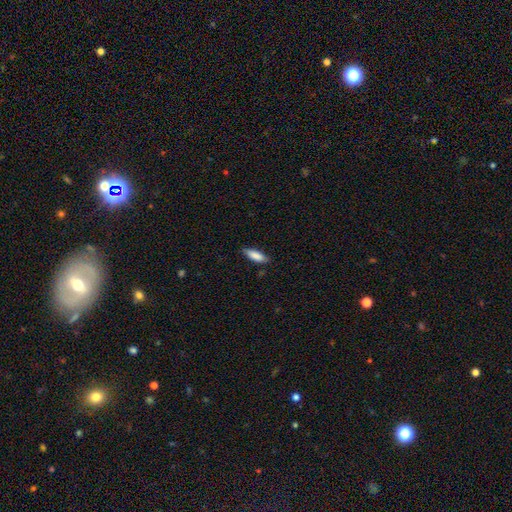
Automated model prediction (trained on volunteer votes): This appears to be a smooth galaxy with no disk features (85%) that is in between round and cigar-shaped (53%). Merging: none (79%).